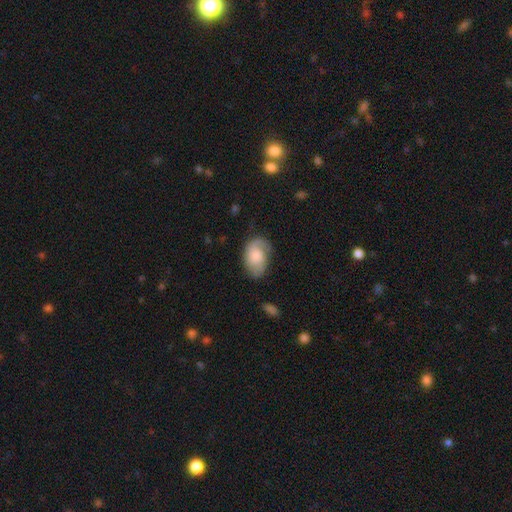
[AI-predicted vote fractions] The model was most divided on "smooth or featured": smooth: 47%, featured or disk: 45%, star or artifact: 7%. More confident: merging — none (62%).